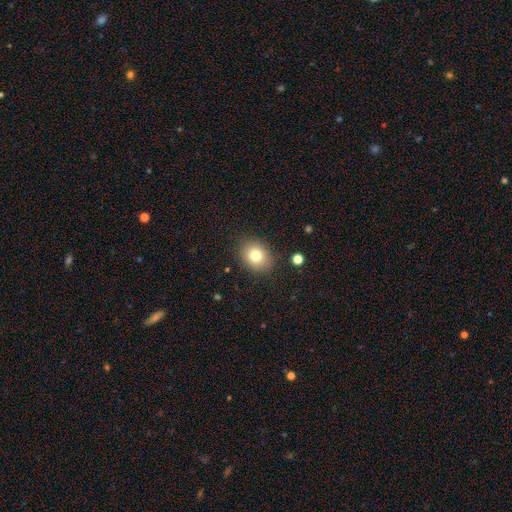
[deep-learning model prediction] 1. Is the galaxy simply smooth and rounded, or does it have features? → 79% smooth, 11% star or artifact, 10% featured or disk.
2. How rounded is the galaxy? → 53% round, 46% in between, 1% cigar-shaped.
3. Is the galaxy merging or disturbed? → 85% none, 10% minor disturbance, 3% major disturbance, 2% merger.